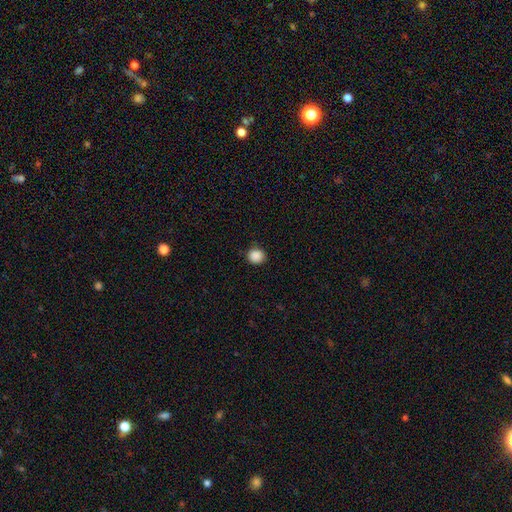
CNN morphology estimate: Smooth or featured?
  - smooth: 88% *
  - star or artifact: 9%
  - featured or disk: 2%
How rounded?
  - round: 89% *
  - in between: 10%
  - cigar-shaped: 1%
Merging?
  - none: 89% *
  - minor disturbance: 8%
  - major disturbance: 2%
  - merger: 1%